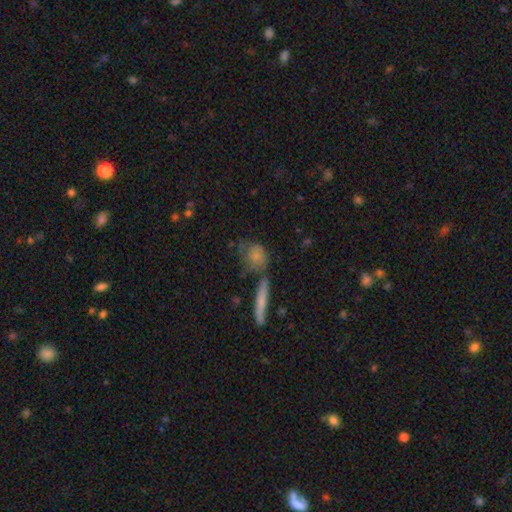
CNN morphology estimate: Smooth or featured: smooth — 74% (featured or disk — 17%)
How rounded: in between — 45% (round — 44%)
Merging: none — 44% (minor disturbance — 23%)